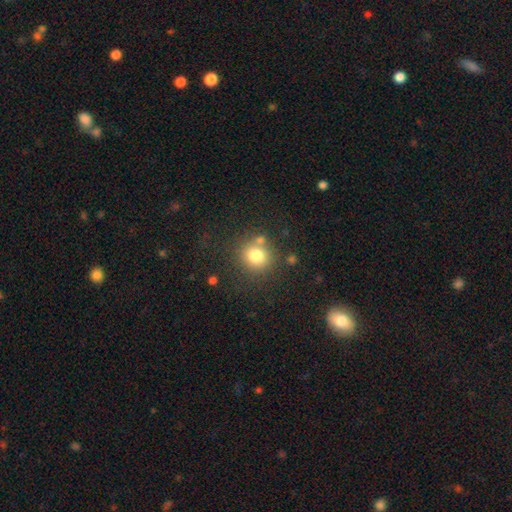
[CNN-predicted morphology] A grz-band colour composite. It shows a smooth galaxy with no disk features (79%) that is round (87%). Merging: none (72%).